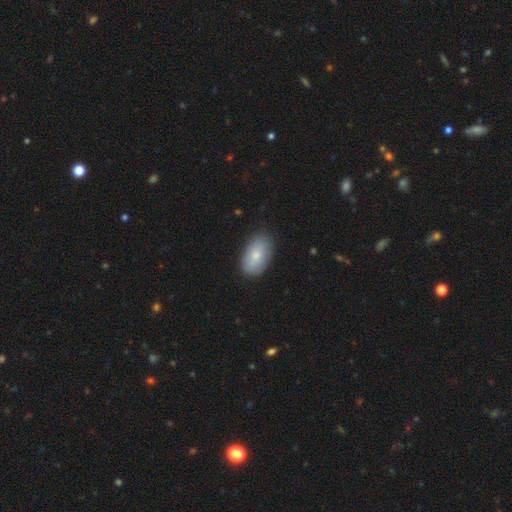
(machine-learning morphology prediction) Q: Smooth or featured?
A: smooth (75%); runner-up: featured or disk (19%)
Q: How rounded?
A: in between (93%); runner-up: round (5%)
Q: Merging?
A: none (82%); runner-up: minor disturbance (14%)